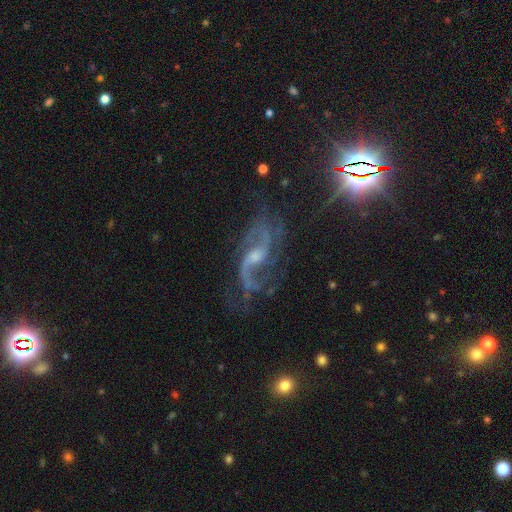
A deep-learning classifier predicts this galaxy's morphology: The model was most divided on "bar": weak: 46%, no: 40%, strong: 13%. Remaining: spiral arms — yes (97%); edge-on disk — no (96%); smooth or featured — featured or disk (87%); spiral arm count — 2 (86%); spiral winding — loose (64%); merging — none (61%); bulge size — small (46%).